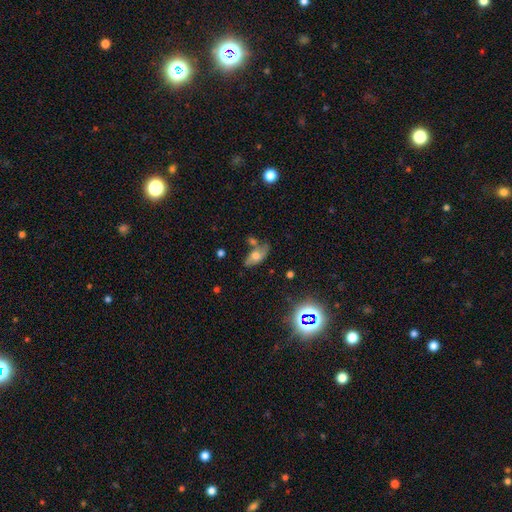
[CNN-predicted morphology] Smooth or featured?
  - smooth: 57% *
  - featured or disk: 32%
  - star or artifact: 11%
How rounded?
  - in between: 86% *
  - cigar-shaped: 9%
  - round: 5%
Merging?
  - none: 56% *
  - minor disturbance: 21%
  - merger: 16%
  - major disturbance: 7%